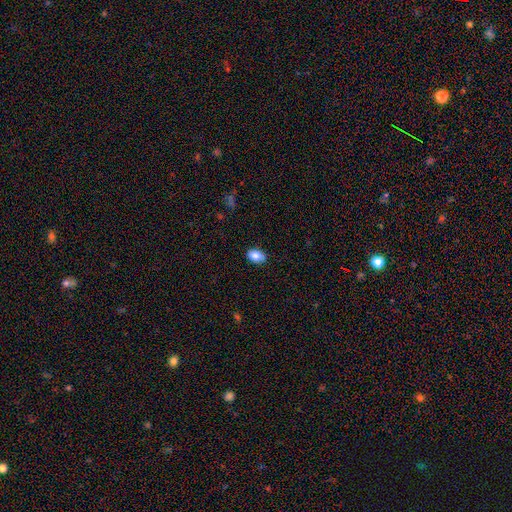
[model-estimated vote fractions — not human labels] The model was most divided on "merging": none: 83%, minor disturbance: 13%, major disturbance: 2%, merger: 1%. More confident: smooth or featured — smooth (86%); how rounded — in between (84%).